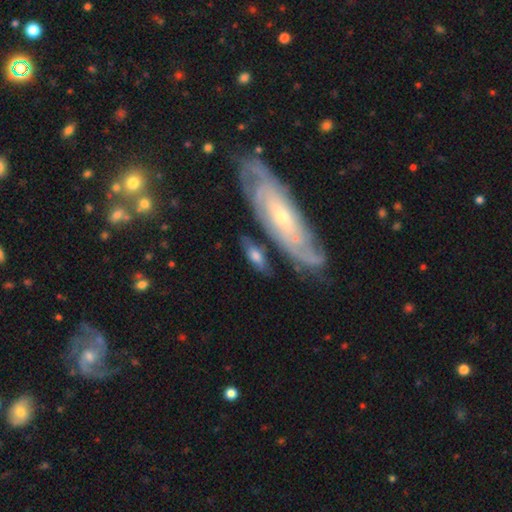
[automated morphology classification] This appears to be a smooth galaxy with no disk features (55%) that is in between round and cigar-shaped (69%). Merging: none (62%).